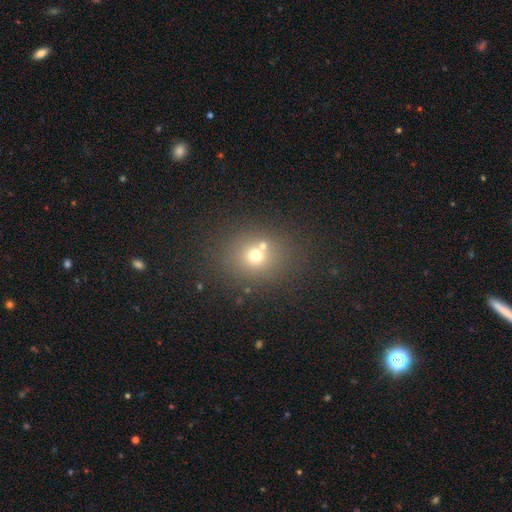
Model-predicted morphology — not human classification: type=smooth (65%); roundness=round (75%); merging=none (66%).